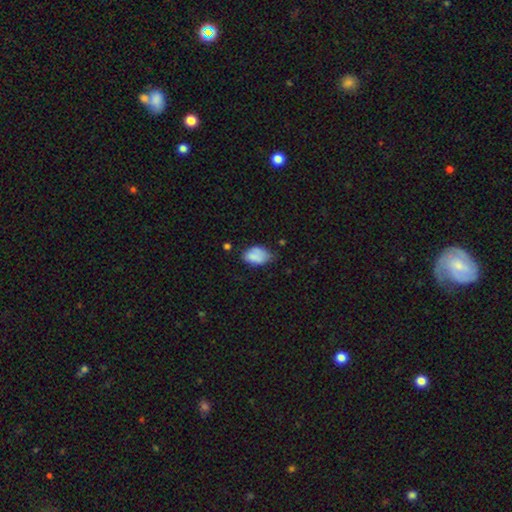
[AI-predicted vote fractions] The model was most divided on "merging": none: 45%, minor disturbance: 40%, major disturbance: 10%, merger: 5%. More confident: how rounded — in between (85%); smooth or featured — smooth (81%).